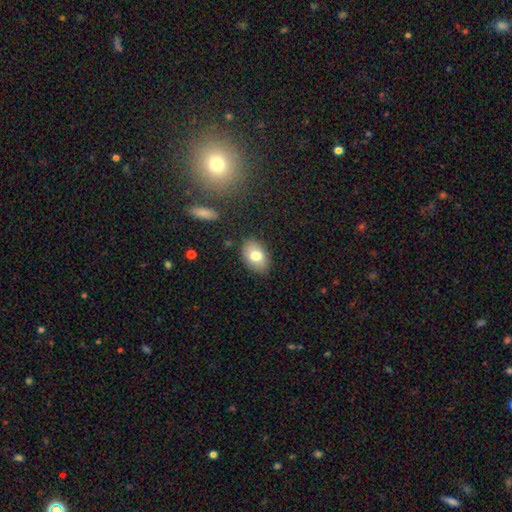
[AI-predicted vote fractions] Smooth or featured? Predicted: smooth (p=0.77). How rounded? Predicted: in between (p=0.84). Merging? Predicted: none (p=0.85).